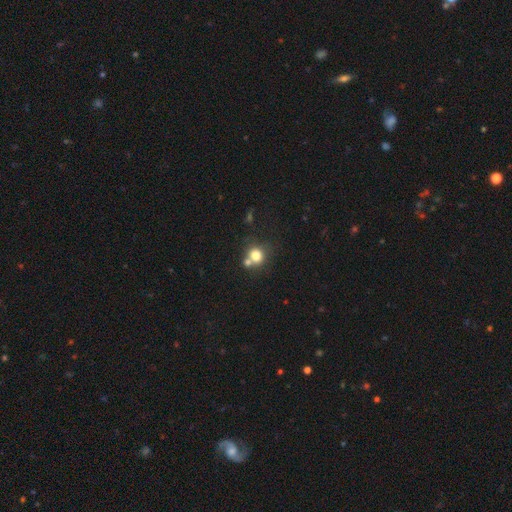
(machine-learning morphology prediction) A smooth galaxy with no disk features (77%) that is round (82%). Merging: none (52%).